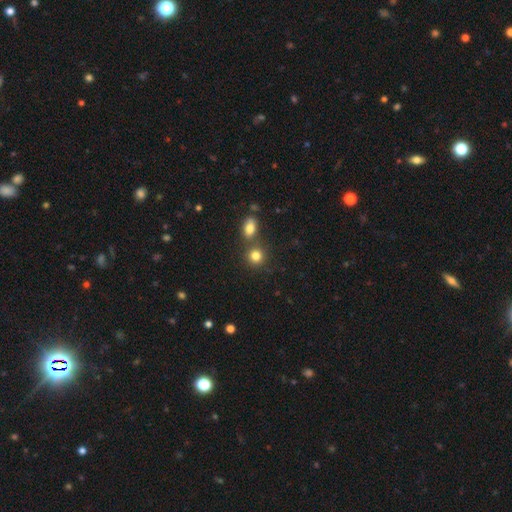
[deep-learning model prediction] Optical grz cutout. It shows a smooth galaxy with no disk features (81%) that is round (82%). Merging: none (64%).